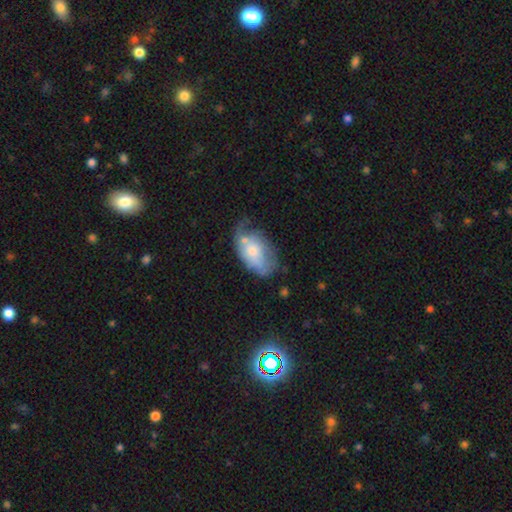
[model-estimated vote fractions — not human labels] smooth 53%, featured or disk 40%, star or artifact 7%. Down the decision tree: how rounded — in between (89%); merging — minor disturbance (34%).